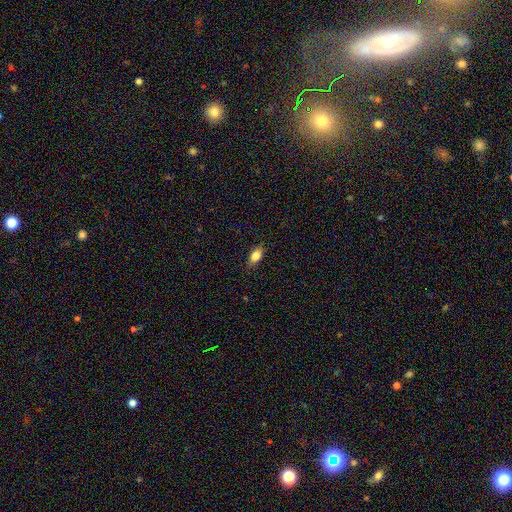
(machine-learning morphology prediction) A smooth galaxy with no disk features (84%) that is in between round and cigar-shaped (86%). Merging: none (85%).